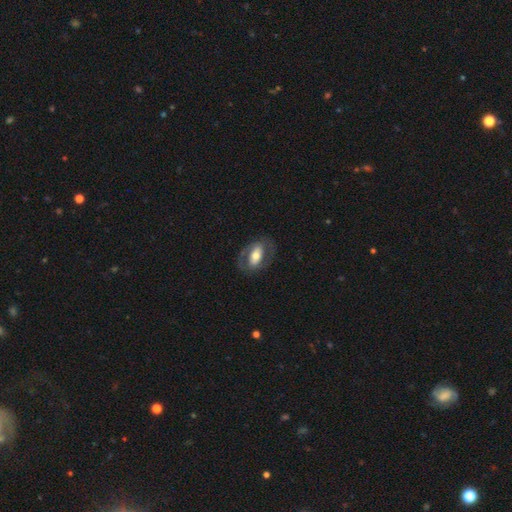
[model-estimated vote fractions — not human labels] This is possibly a featured or disk galaxy (49%). Merging: likely none (73%).